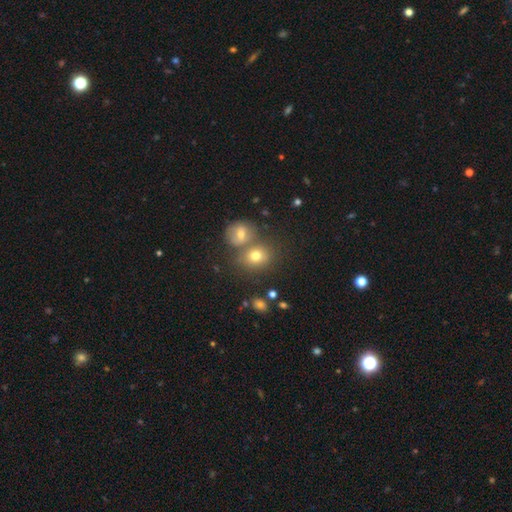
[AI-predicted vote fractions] This is likely a smooth galaxy (73%). How rounded: likely round (68%). Merging: possibly none (52%).